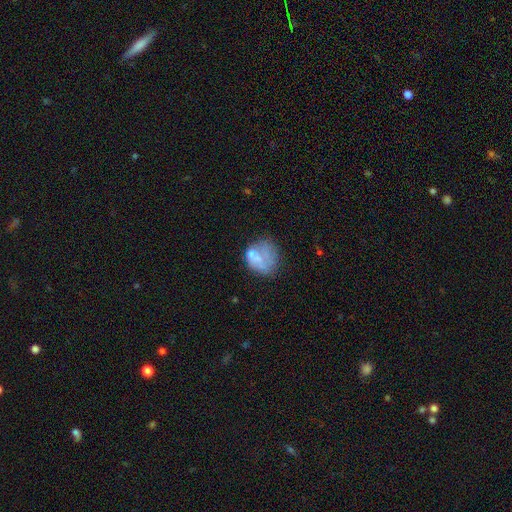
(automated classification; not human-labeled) This is possibly a smooth galaxy (55%). How rounded: likely round (62%). Merging: marginally none (40%).